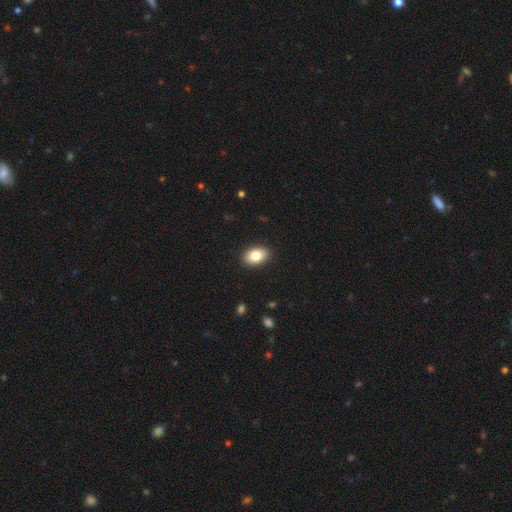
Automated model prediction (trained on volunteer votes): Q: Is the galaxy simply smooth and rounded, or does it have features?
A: smooth — 83%.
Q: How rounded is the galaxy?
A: in between — 87%.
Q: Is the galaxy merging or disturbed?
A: none — 90%.